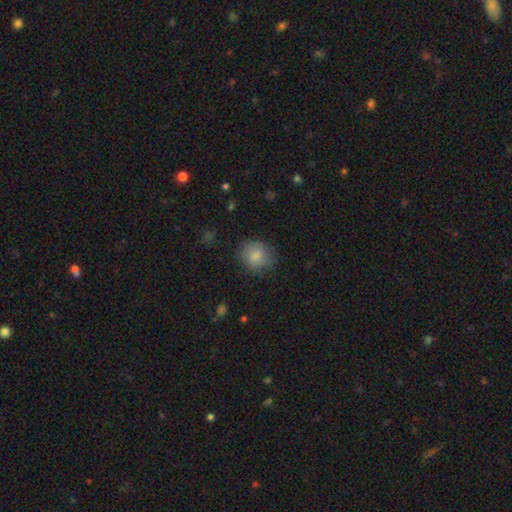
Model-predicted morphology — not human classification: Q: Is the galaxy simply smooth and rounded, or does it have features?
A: smooth — 83%.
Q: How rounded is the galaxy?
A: round — 75%.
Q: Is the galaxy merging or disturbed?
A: none — 78%.